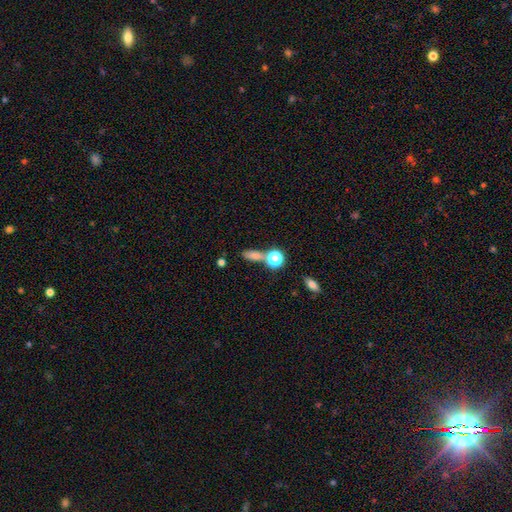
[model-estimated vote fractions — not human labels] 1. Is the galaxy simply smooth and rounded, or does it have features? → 71% smooth, 19% star or artifact, 10% featured or disk.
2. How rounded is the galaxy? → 54% in between, 26% cigar-shaped, 20% round.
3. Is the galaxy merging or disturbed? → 57% none, 25% merger, 12% minor disturbance, 6% major disturbance.